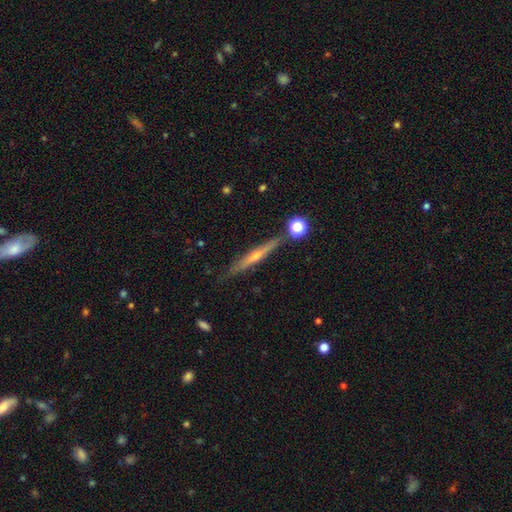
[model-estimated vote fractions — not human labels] This is likely a featured or disk galaxy (67%). It is clearly viewed edge-on (95%). Edge-on bulge: likely rounded (70%). Merging: clearly none (81%).